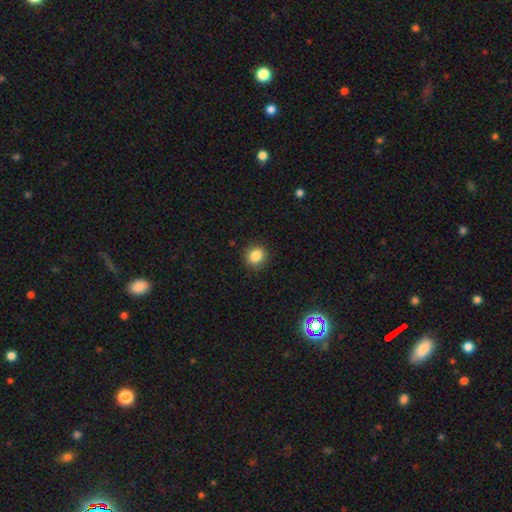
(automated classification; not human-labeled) This appears to be a smooth galaxy with no disk features (85%) that is round (76%). Merging: none (89%).